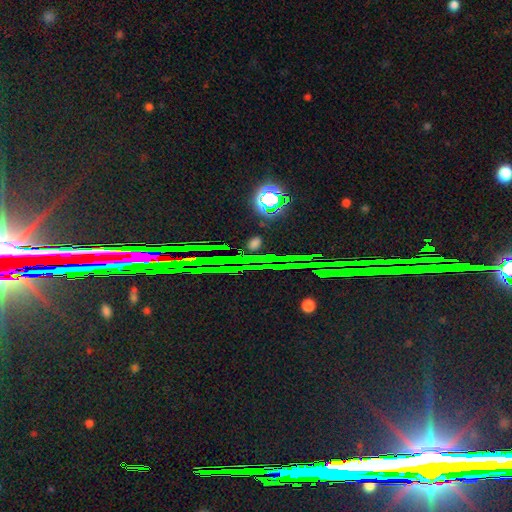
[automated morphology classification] type=star or artifact (85%).